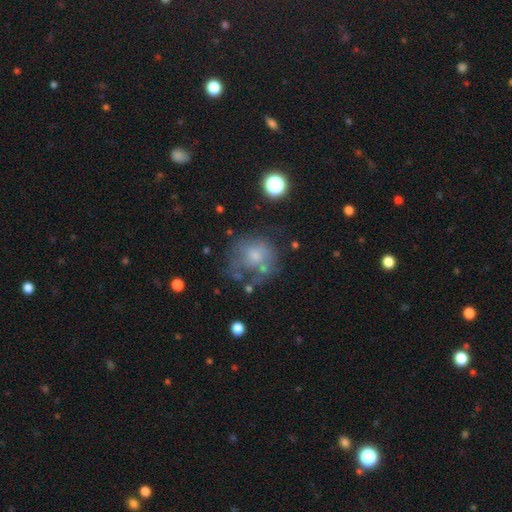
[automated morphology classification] The model was most divided on "smooth or featured": smooth: 48%, featured or disk: 38%, star or artifact: 14%. Remaining: merging — none (42%).